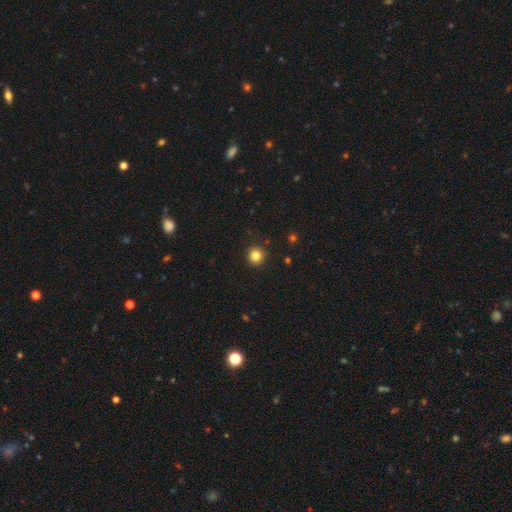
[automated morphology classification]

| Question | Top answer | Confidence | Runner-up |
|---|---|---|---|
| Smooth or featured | smooth | 83% | star or artifact (12%) |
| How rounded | round | 94% | in between (5%) |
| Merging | none | 92% | minor disturbance (6%) |